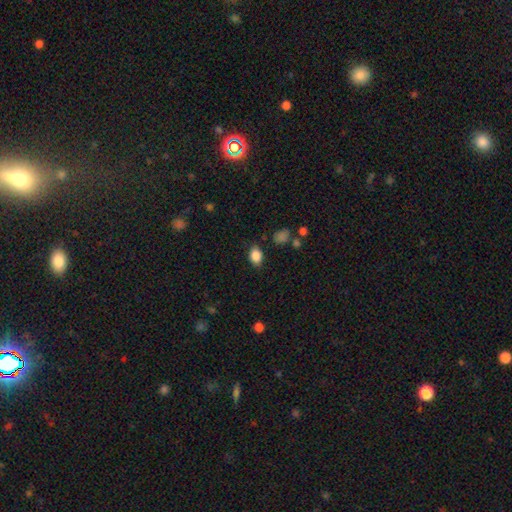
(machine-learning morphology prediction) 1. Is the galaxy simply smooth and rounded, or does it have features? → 86% smooth, 9% star or artifact, 5% featured or disk.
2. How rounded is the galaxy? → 79% in between, 20% round, 1% cigar-shaped.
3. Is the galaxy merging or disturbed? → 81% none, 14% minor disturbance, 3% major disturbance, 2% merger.